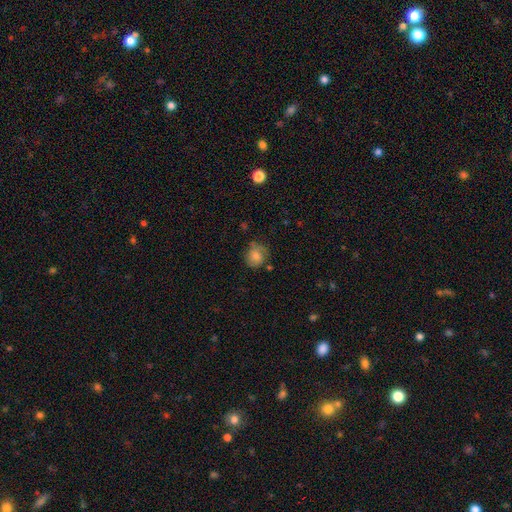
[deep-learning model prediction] The model was most divided on "merging": none: 63%, minor disturbance: 25%, major disturbance: 8%, merger: 3%. More confident: how rounded — round (73%); smooth or featured — smooth (69%).